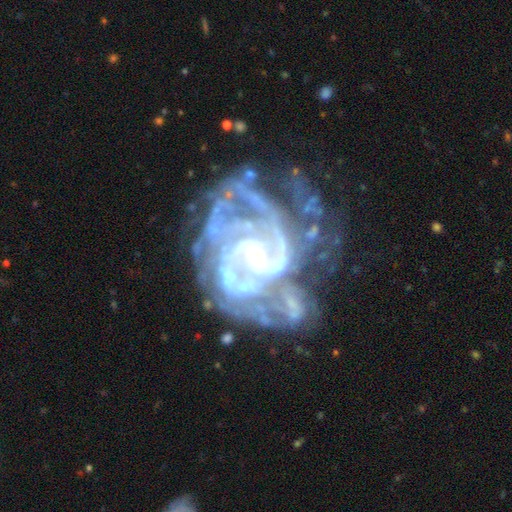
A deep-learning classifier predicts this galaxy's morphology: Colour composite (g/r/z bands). It shows a featured or disk galaxy (88%) with no bar (62%), tight (56%) spiral arms (89%) and a small central bulge (78%). Merging: major disturbance (33%).